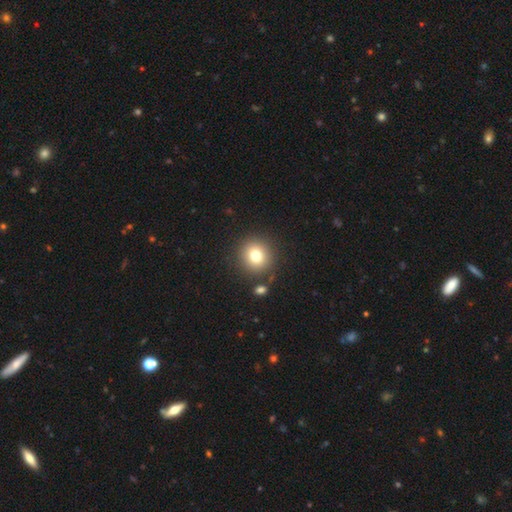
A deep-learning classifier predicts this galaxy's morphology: A smooth galaxy with no disk features (78%) that is round (90%). Merging: none (85%).